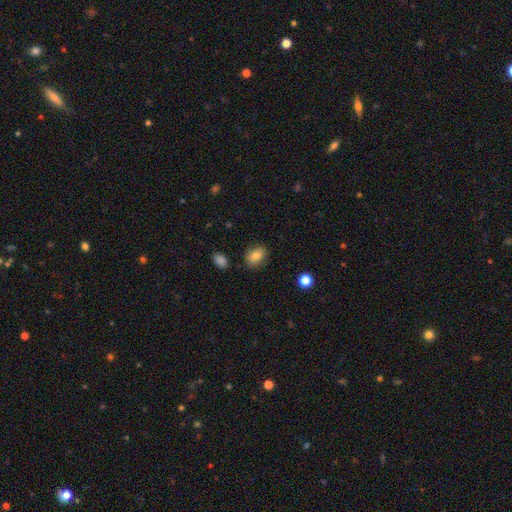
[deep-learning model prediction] smooth 80%, featured or disk 11%, star or artifact 9%. Down the decision tree: how rounded — in between (75%); merging — none (81%).